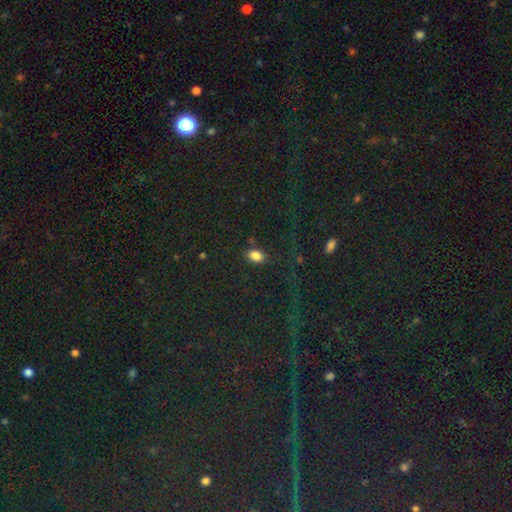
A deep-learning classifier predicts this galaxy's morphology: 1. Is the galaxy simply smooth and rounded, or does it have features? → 84% smooth, 12% star or artifact, 5% featured or disk.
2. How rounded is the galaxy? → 84% in between, 14% round, 2% cigar-shaped.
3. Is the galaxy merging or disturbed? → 82% none, 11% minor disturbance, 4% major disturbance, 3% merger.